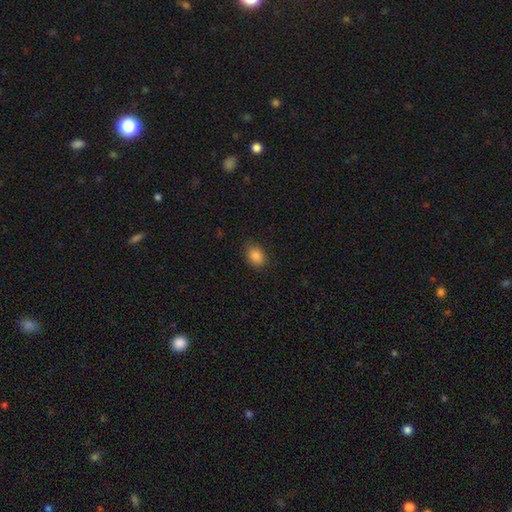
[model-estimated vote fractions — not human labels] Smooth or featured? Predicted: smooth (p=0.87). How rounded? Predicted: in between (p=0.71). Merging? Predicted: none (p=0.83).